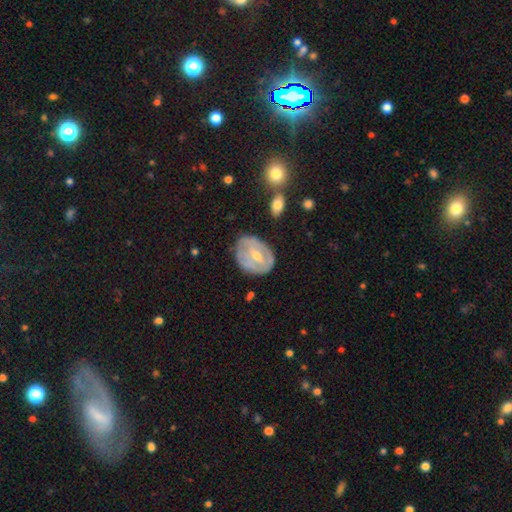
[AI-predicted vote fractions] Smooth or featured? featured or disk (62%)
Edge-on disk? no (95%)
Bar? weak (44%)
Spiral arms? no (54%)
Bulge size? moderate (54%)
Merging? none (63%)